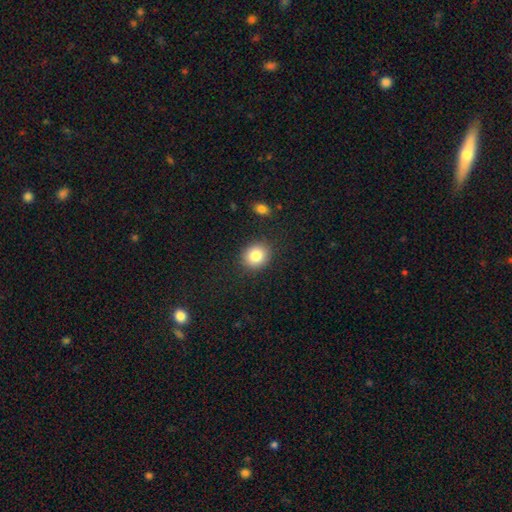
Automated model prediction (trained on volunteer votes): This appears to be a smooth galaxy with no disk features (82%) that is round (73%). Merging: none (88%).